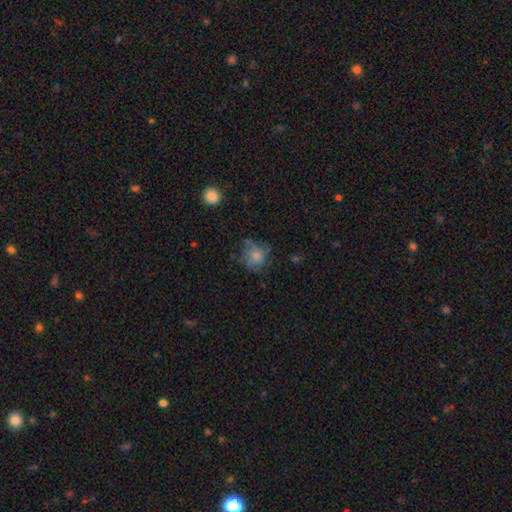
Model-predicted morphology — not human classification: type=smooth (62%); roundness=round (73%); merging=none (52%).